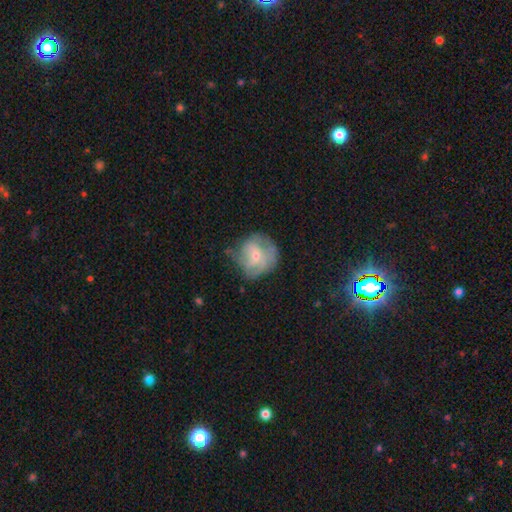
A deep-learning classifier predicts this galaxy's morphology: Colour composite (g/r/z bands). It shows a featured or disk galaxy (52%) with no bar (63%), spiral arms (62%) and a small central bulge (62%). Merging: none (54%).